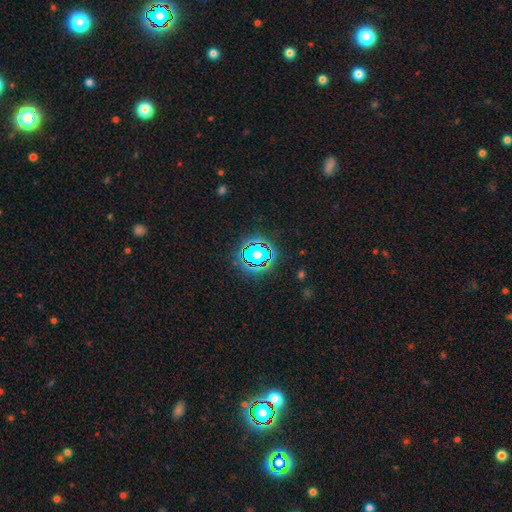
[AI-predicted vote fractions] smooth_or_featured: star or artifact (p=0.58) [alt: smooth p=0.29]